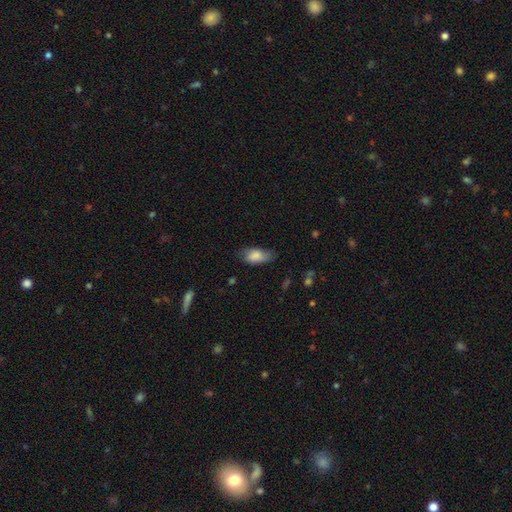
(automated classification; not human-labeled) This appears to be a smooth galaxy with no disk features (82%) that is in between round and cigar-shaped (88%). Merging: none (66%).